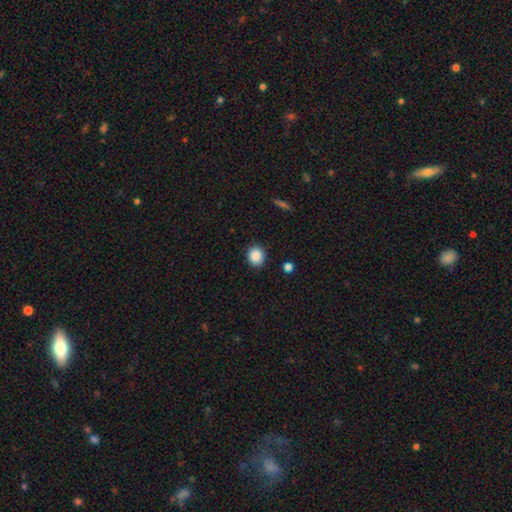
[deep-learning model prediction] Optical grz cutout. It shows a smooth galaxy with no disk features (87%) that is round (75%). Merging: none (89%).